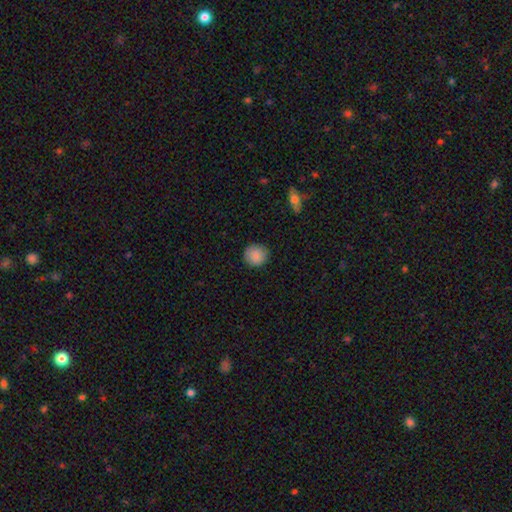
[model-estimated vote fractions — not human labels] Smooth or featured? Predicted: smooth (p=0.88). How rounded? Predicted: round (p=0.90). Merging? Predicted: none (p=0.89).